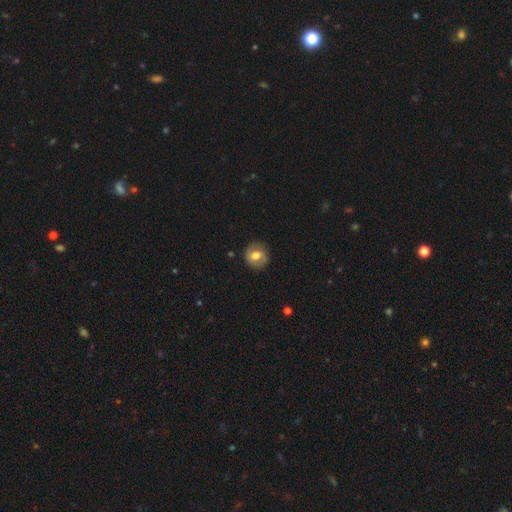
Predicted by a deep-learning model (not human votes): Overall: smooth (52%; featured or disk 40%). How rounded: round (79%). Merging: none (84%).